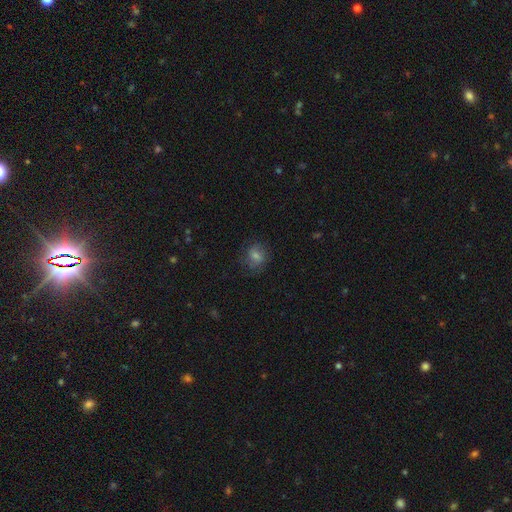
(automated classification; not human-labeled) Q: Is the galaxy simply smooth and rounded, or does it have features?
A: smooth — 54%.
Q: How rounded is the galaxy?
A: round — 71%.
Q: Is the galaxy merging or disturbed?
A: none — 76%.